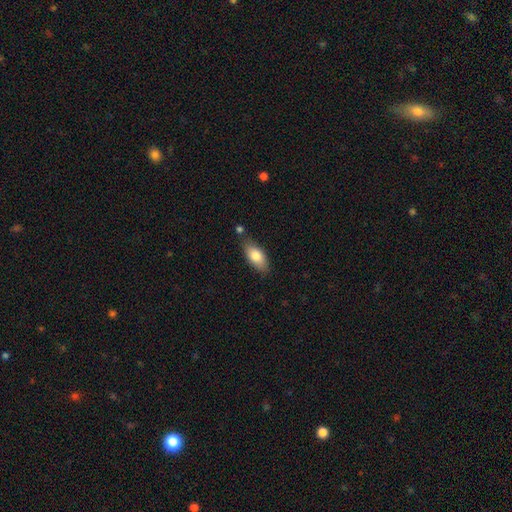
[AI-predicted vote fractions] Smooth or featured?
  - smooth: 79% *
  - featured or disk: 14%
  - star or artifact: 6%
How rounded?
  - in between: 87% *
  - cigar-shaped: 10%
  - round: 3%
Merging?
  - none: 75% *
  - minor disturbance: 16%
  - merger: 6%
  - major disturbance: 3%